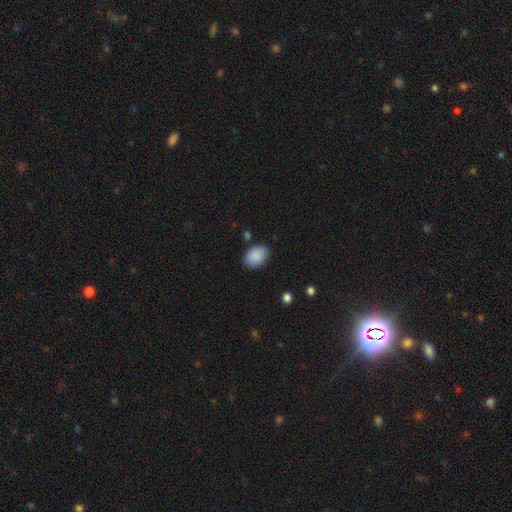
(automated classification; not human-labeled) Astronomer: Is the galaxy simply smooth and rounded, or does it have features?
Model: smooth — 89%.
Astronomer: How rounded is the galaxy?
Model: in between — 80%.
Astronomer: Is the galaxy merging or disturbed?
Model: none — 85%.